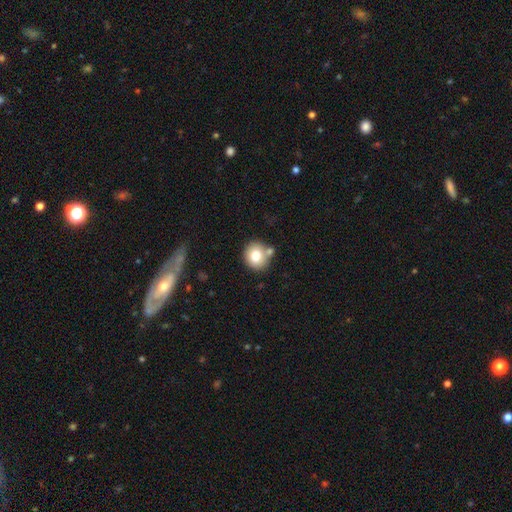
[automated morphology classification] A smooth galaxy with no disk features (76%) that is round (83%).

Vote fractions:
- Smooth or featured? smooth: 76% / featured or disk: 14% / star or artifact: 10%
- How rounded? round: 83% / in between: 16% / cigar-shaped: 1%
- Merging? none: 68% / merger: 18% / minor disturbance: 11% / major disturbance: 3%